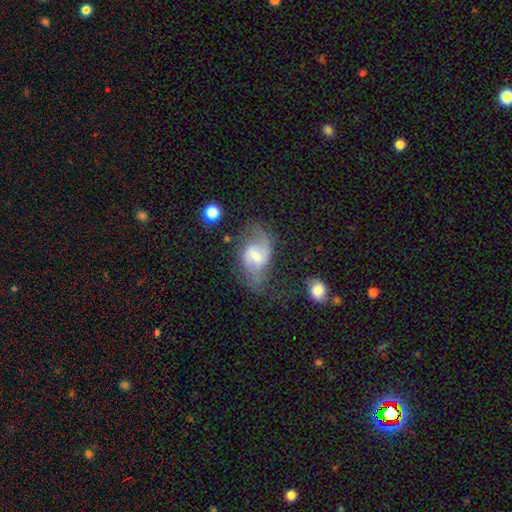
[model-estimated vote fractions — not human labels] Overall: featured or disk (72%). Edge-on disk: no (96%). Bar: weak (57%; strong 22%). Spiral arms: yes (89%). Spiral arm count: 2 (82%). Spiral winding: loose (56%; medium 35%). Bulge size: moderate (42%; small 37%). Merging: none (44%; major disturbance 26%).